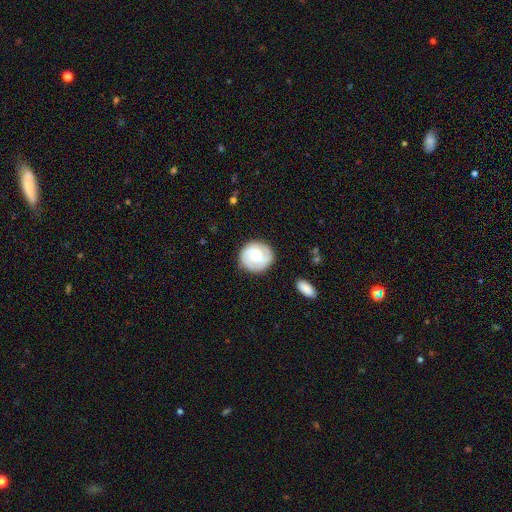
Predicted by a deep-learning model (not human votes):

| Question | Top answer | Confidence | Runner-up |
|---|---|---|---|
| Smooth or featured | featured or disk | 59% | smooth (34%) |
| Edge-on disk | no | 98% | yes (2%) |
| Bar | no | 57% | weak (36%) |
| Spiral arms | yes | 92% | no (8%) |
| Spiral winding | tight | 51% | medium (38%) |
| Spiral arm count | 2 | 42% | 3 (28%) |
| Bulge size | small | 35% | moderate (32%) |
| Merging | none | 83% | minor disturbance (11%) |